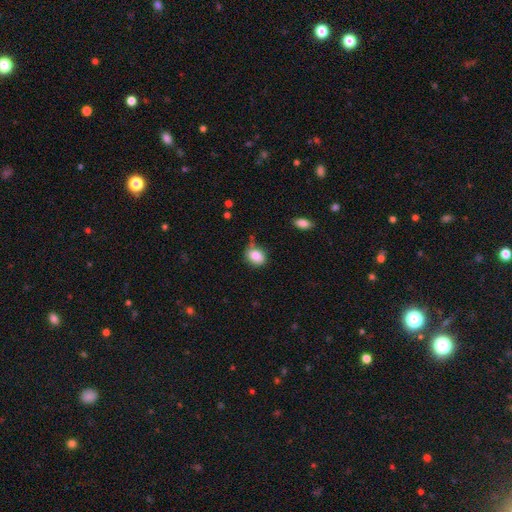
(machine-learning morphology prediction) This is clearly a smooth galaxy (85%). How rounded: likely in between (62%). Merging: likely none (64%).